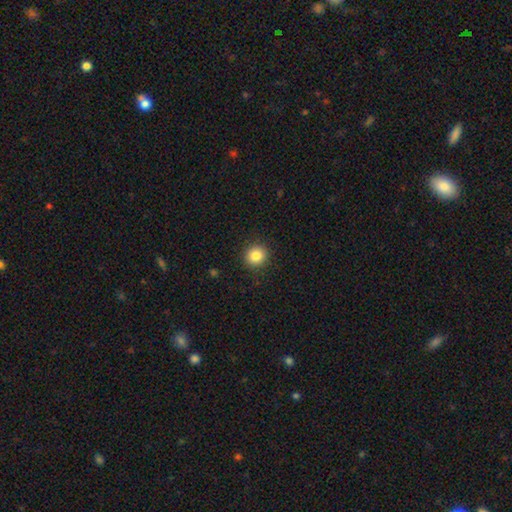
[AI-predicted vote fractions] Overall: smooth (84%). How rounded: round (87%). Merging: none (91%).